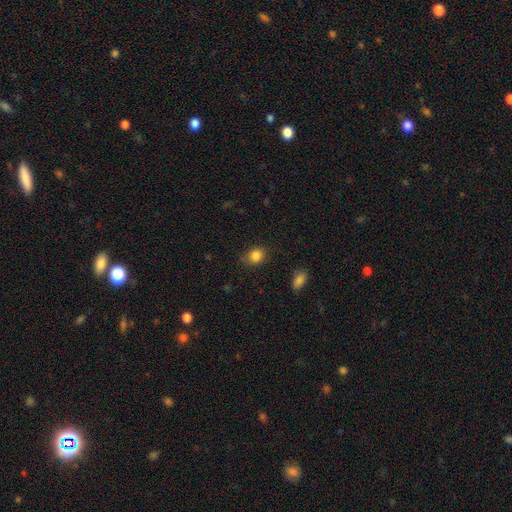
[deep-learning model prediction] Smooth or featured?
  - smooth: 85% *
  - star or artifact: 10%
  - featured or disk: 5%
How rounded?
  - round: 52% *
  - in between: 47%
  - cigar-shaped: 1%
Merging?
  - none: 75% *
  - minor disturbance: 19%
  - major disturbance: 4%
  - merger: 2%